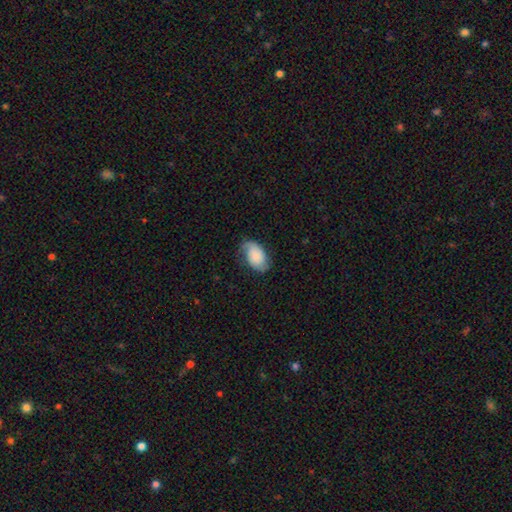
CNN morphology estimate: Smooth or featured? Predicted: smooth (p=0.53). How rounded? Predicted: in between (p=0.91). Merging? Predicted: none (p=0.61).